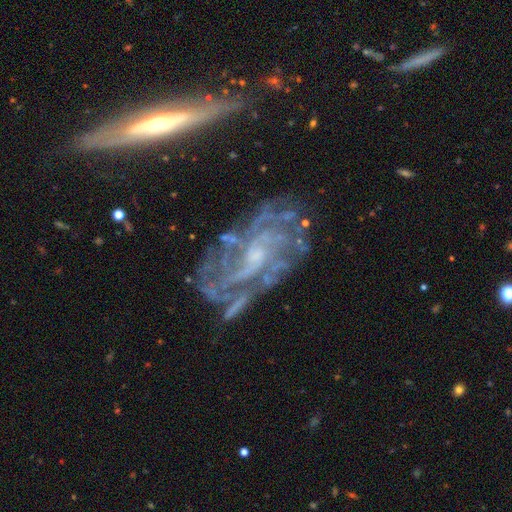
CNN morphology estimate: Overall: featured or disk (86%). Edge-on disk: no (91%). Bar: no (53%; weak 36%). Spiral arms: yes (90%). Spiral arm count: can't tell (41%; 4 16%). Spiral winding: tight (53%; medium 34%). Bulge size: small (62%; moderate 23%). Merging: none (66%).